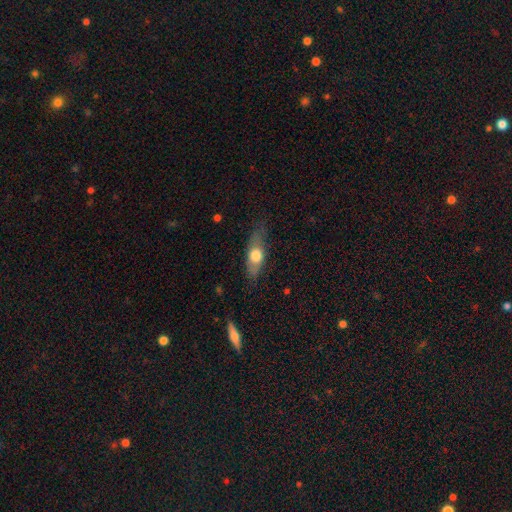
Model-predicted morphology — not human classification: smooth_or_featured: smooth (p=0.61) [alt: featured or disk p=0.32]
how_rounded: in between (p=0.62) [alt: cigar-shaped p=0.31]
merging: none (p=0.67) [alt: minor disturbance p=0.24]